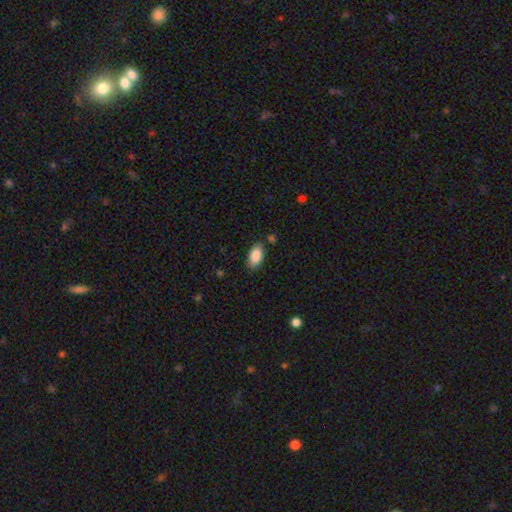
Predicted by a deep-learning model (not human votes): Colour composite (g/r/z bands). It shows a smooth galaxy with no disk features (88%) that is in between round and cigar-shaped (93%). Merging: none (82%).